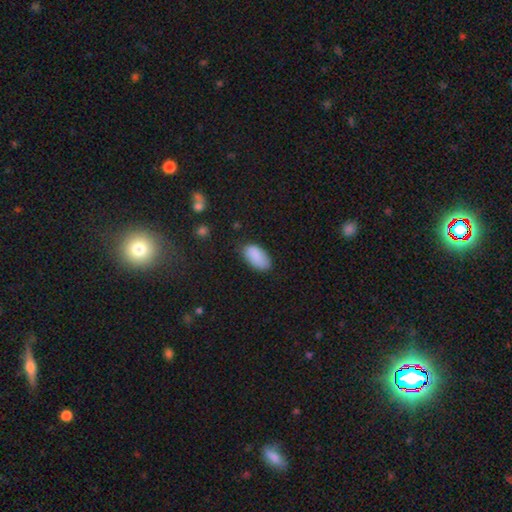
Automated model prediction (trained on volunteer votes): smooth-or-featured: smooth: 88% | star or artifact: 7% | featured or disk: 6%
  how-rounded: in between: 95% | round: 3% | cigar-shaped: 2%
  merging: none: 75% | minor disturbance: 19% | major disturbance: 4% | merger: 2%